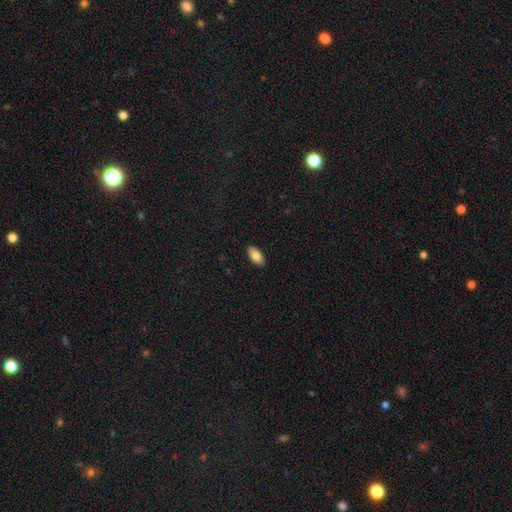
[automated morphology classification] Smooth or featured: smooth — 82% (featured or disk — 12%)
How rounded: in between — 92% (cigar-shaped — 6%)
Merging: none — 90% (minor disturbance — 8%)